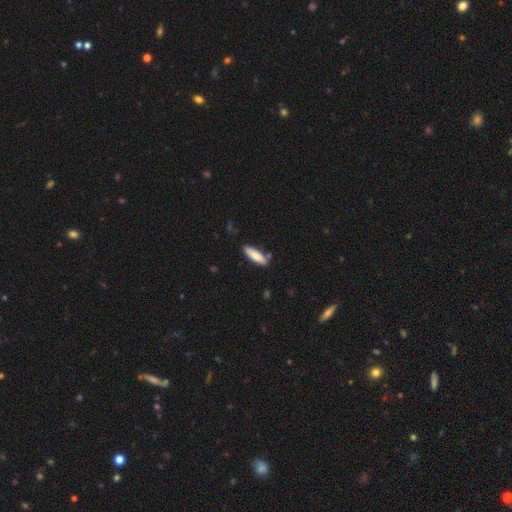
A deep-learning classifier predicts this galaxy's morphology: smooth 78%, featured or disk 16%, star or artifact 5%. Down the decision tree: how rounded — cigar-shaped (58%); merging — none (81%).